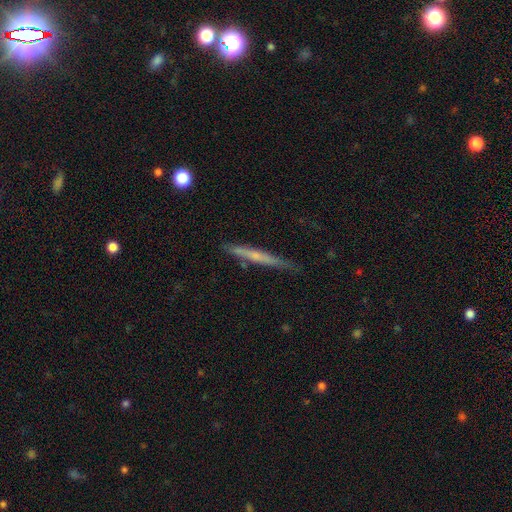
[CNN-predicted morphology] Smooth or featured? featured or disk (53%)
Edge-on disk? yes (96%)
Edge-on bulge? none (60%)
Merging? none (84%)